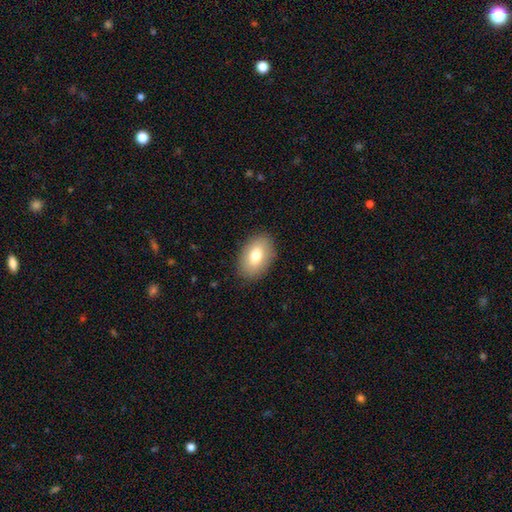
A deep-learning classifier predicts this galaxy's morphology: This appears to be a smooth galaxy with no disk features (77%) that is in between round and cigar-shaped (90%). Merging: none (87%).